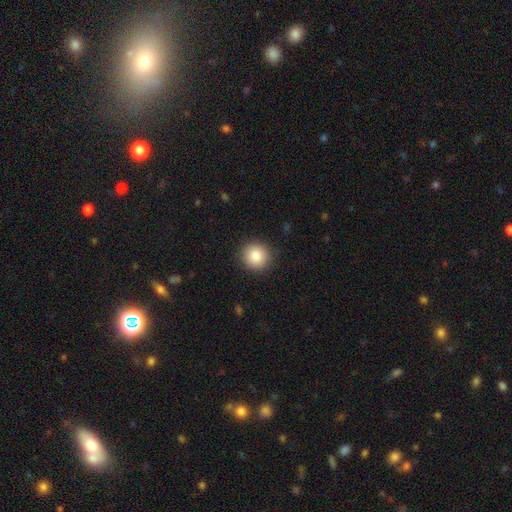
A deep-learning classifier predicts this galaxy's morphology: This appears to be a smooth galaxy with no disk features (84%) that is round (91%). Merging: none (90%).